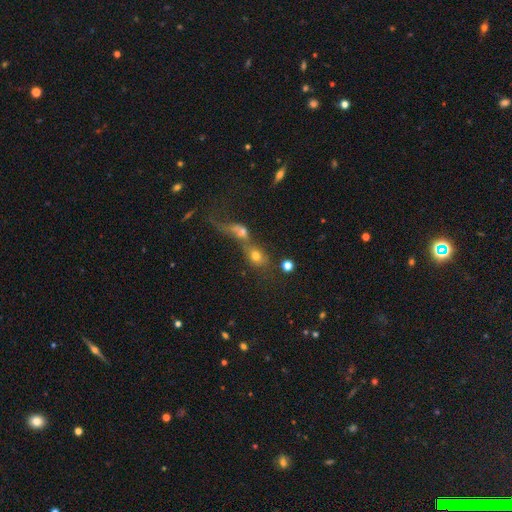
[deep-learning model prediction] smooth_or_featured: smooth (p=0.58) [alt: featured or disk p=0.23]
how_rounded: round (p=0.57) [alt: in between p=0.38]
merging: merger (p=0.69) [alt: none p=0.16]